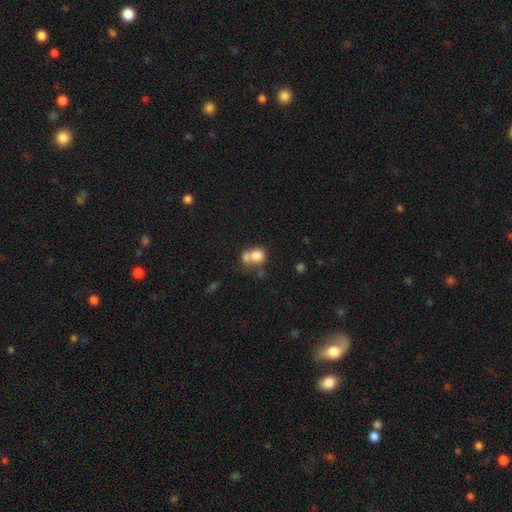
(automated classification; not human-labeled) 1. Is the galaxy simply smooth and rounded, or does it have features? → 75% smooth, 14% featured or disk, 10% star or artifact.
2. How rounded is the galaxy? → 64% round, 35% in between, 1% cigar-shaped.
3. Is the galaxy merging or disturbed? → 50% merger, 29% none, 11% minor disturbance, 9% major disturbance.